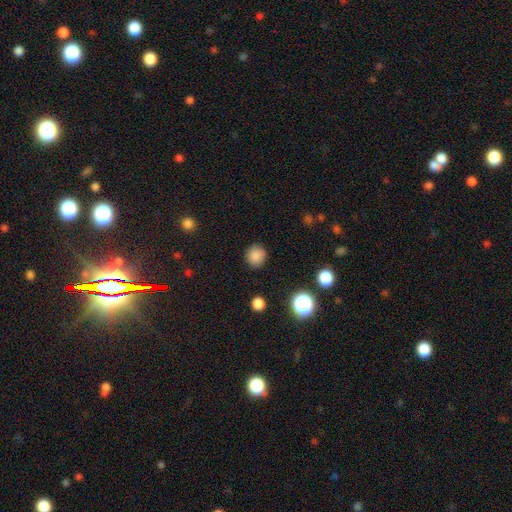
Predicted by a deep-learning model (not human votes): Morphology: type=smooth (84%); roundness=round (90%); merging=none (88%).